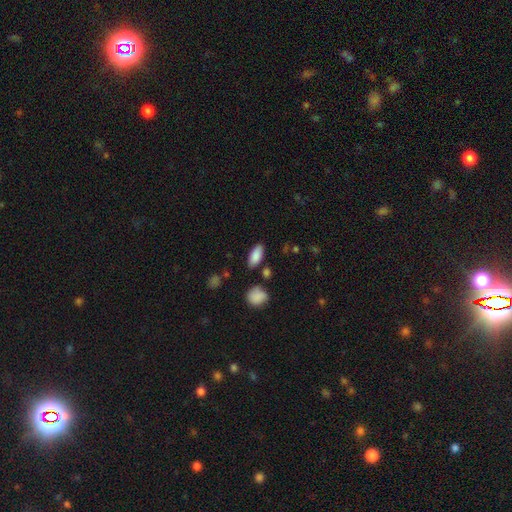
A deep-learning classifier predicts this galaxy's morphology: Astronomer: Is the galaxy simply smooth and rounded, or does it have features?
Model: smooth — 86%.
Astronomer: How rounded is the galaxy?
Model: in between — 86%.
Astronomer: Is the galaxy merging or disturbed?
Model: none — 81%.